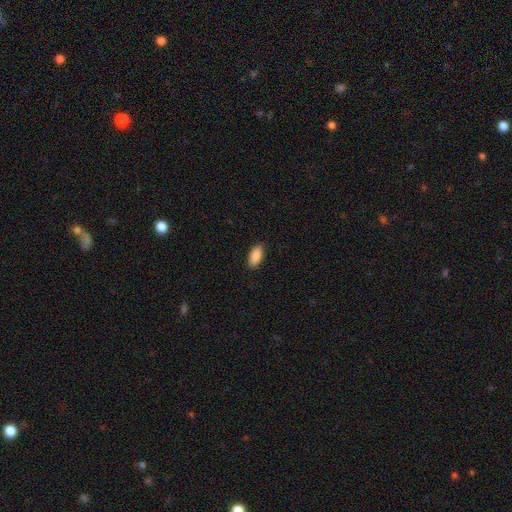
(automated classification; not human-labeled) Smooth or featured: smooth — 90% (star or artifact — 6%)
How rounded: in between — 90% (cigar-shaped — 8%)
Merging: none — 89% (minor disturbance — 8%)